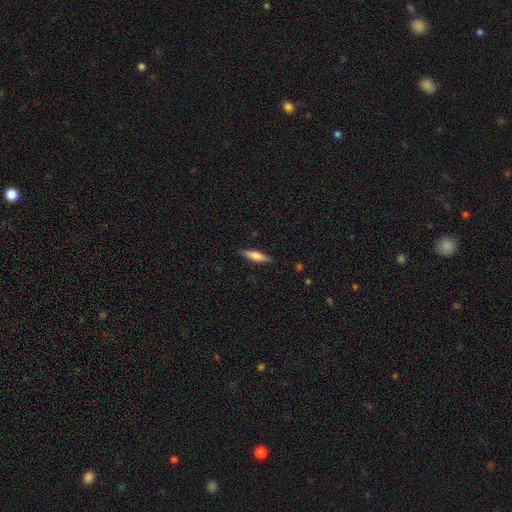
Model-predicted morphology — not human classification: Smooth or featured: smooth — 56% (featured or disk — 38%)
How rounded: cigar-shaped — 72% (in between — 26%)
Merging: none — 87% (minor disturbance — 10%)